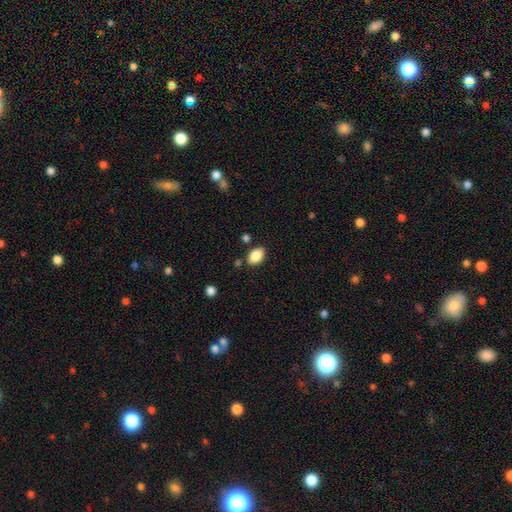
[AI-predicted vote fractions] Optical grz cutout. It shows a smooth galaxy with no disk features (85%) that is in between round and cigar-shaped (89%). Merging: none (80%).